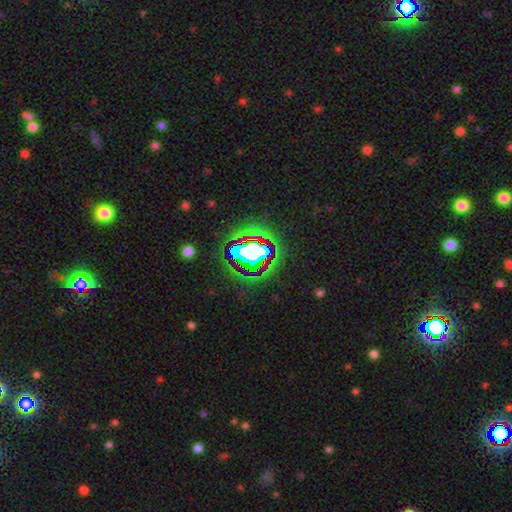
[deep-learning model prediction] Smooth or featured: star or artifact — 62% (smooth — 20%)